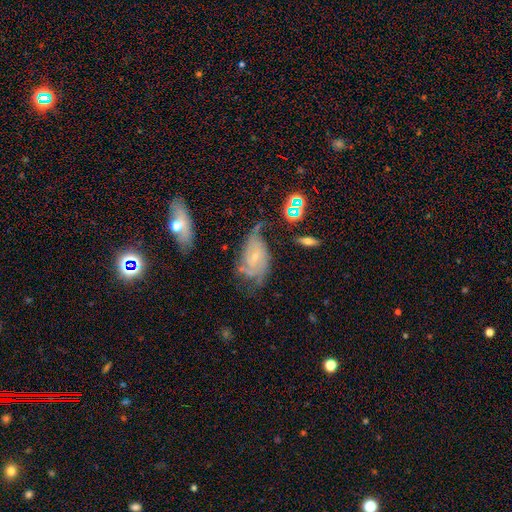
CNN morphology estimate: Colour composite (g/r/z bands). It shows a featured or disk galaxy (73%) with no bar (69%), tight (52%) spiral arms (89%) and a small central bulge (71%). Merging: none (47%).